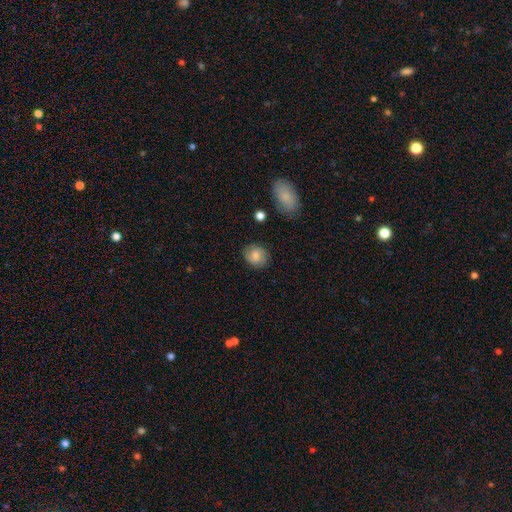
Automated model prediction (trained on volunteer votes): Overall: smooth (77%). How rounded: round (73%). Merging: none (84%).